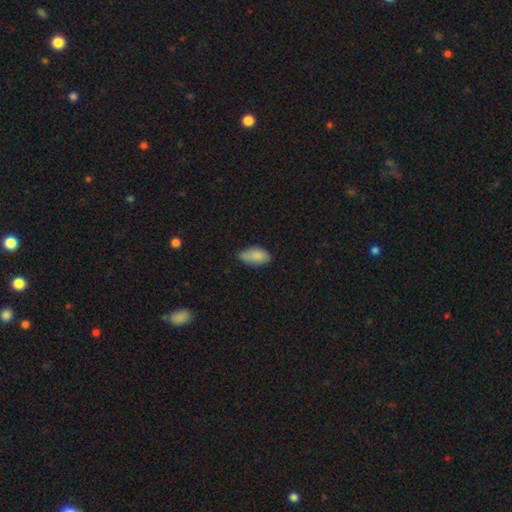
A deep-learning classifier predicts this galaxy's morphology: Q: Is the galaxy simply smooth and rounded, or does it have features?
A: smooth — 85%.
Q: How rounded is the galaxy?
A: in between — 93%.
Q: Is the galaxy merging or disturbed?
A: none — 62%.